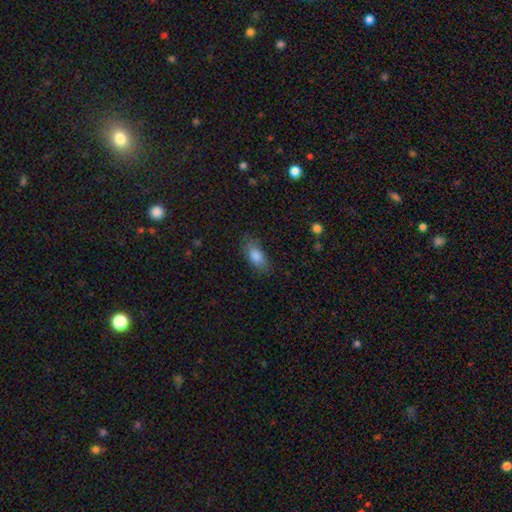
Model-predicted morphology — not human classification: A smooth galaxy with no disk features (83%) that is in between round and cigar-shaped (83%). Merging: none (80%).